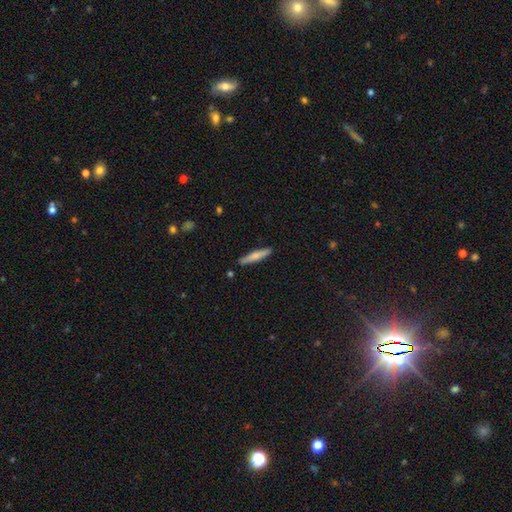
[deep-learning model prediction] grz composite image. It shows a smooth galaxy with no disk features (70%) that is cigar-shaped (89%). Merging: none (87%).